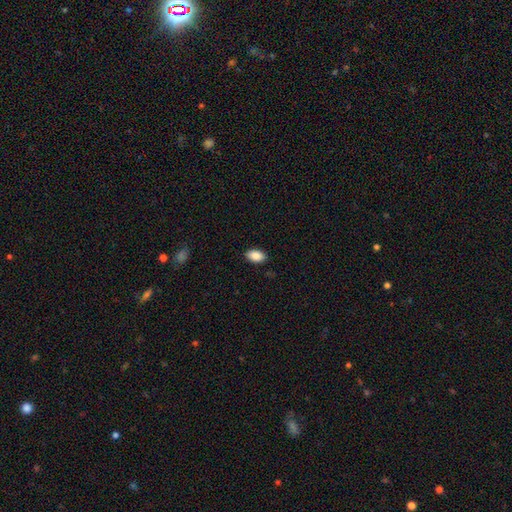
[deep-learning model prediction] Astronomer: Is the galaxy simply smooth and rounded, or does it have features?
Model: smooth — 89%.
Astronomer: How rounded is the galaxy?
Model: in between — 93%.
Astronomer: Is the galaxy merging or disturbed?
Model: none — 89%.